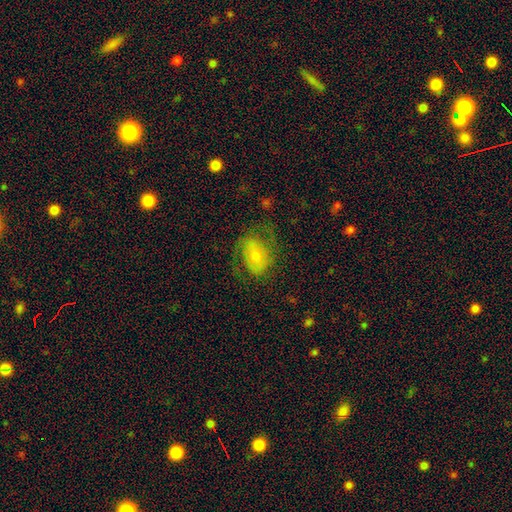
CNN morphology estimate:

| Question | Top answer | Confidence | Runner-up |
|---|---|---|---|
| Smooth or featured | smooth | 51% | featured or disk (40%) |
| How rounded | in between | 76% | round (22%) |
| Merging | none | 56% | minor disturbance (23%) |